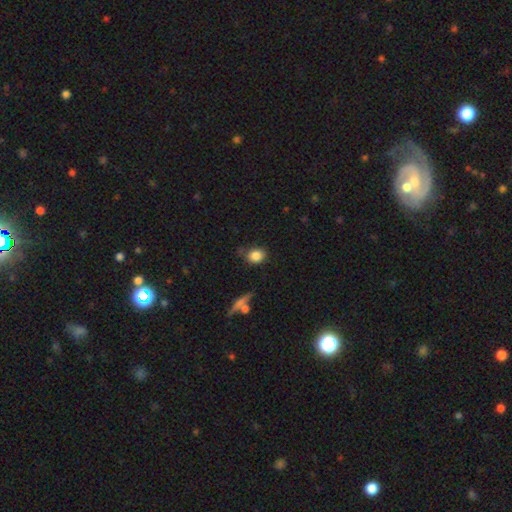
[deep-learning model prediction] This appears to be a smooth galaxy with no disk features (83%) that is round (55%). Merging: none (67%).